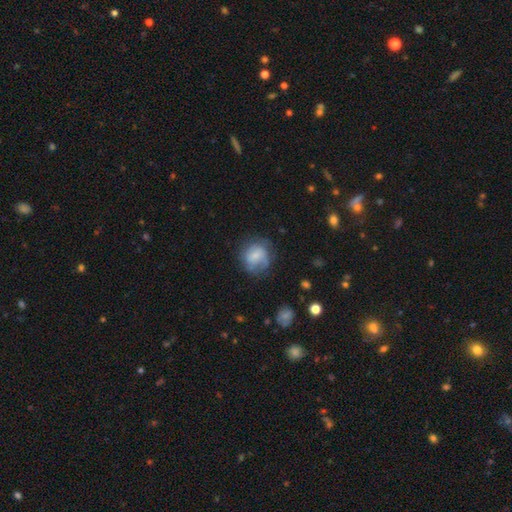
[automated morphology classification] A smooth galaxy with no disk features (58%) that is round (76%). Merging: none (57%).